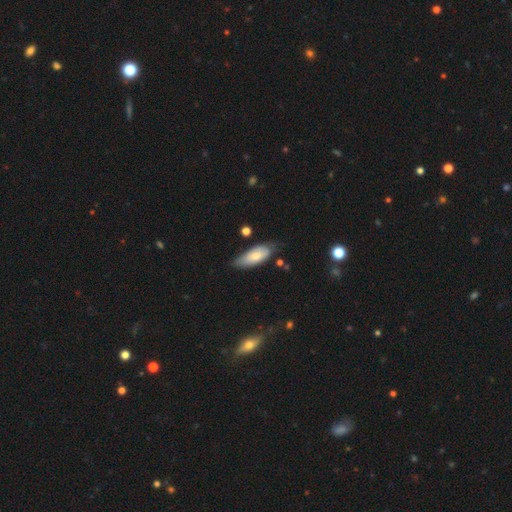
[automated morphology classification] Q: Smooth or featured?
A: smooth (69%); runner-up: featured or disk (25%)
Q: How rounded?
A: in between (78%); runner-up: cigar-shaped (20%)
Q: Merging?
A: none (60%); runner-up: minor disturbance (31%)